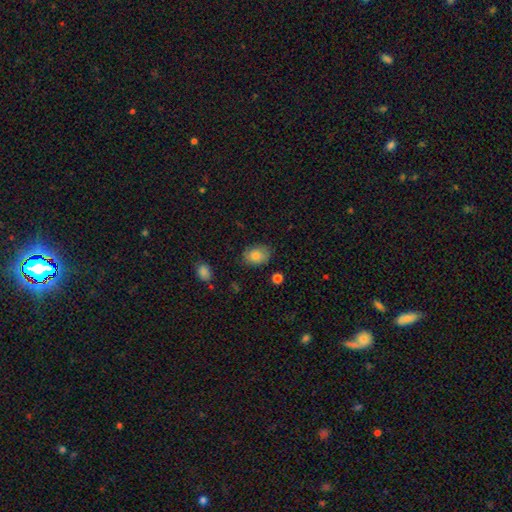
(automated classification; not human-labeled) A smooth galaxy with no disk features (82%) that is in between round and cigar-shaped (73%). Merging: none (76%).